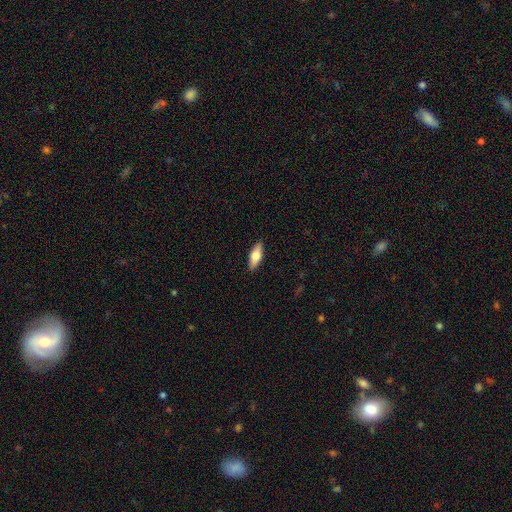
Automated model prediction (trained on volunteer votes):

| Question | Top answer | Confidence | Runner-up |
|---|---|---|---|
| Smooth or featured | smooth | 69% | featured or disk (25%) |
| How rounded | in between | 67% | cigar-shaped (30%) |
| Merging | none | 89% | minor disturbance (8%) |